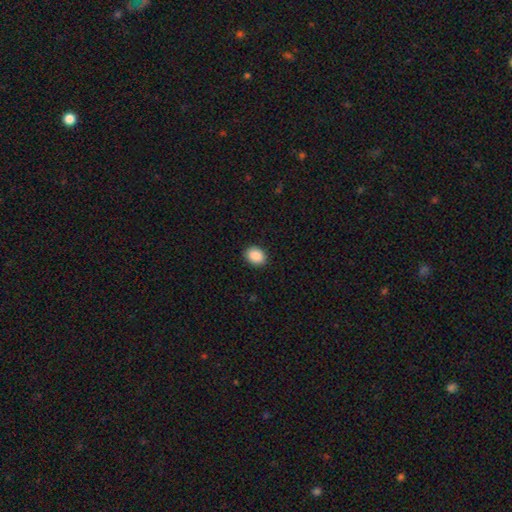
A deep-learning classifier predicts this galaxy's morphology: This appears to be a smooth galaxy with no disk features (90%) that is in between round and cigar-shaped (57%). Merging: none (90%).